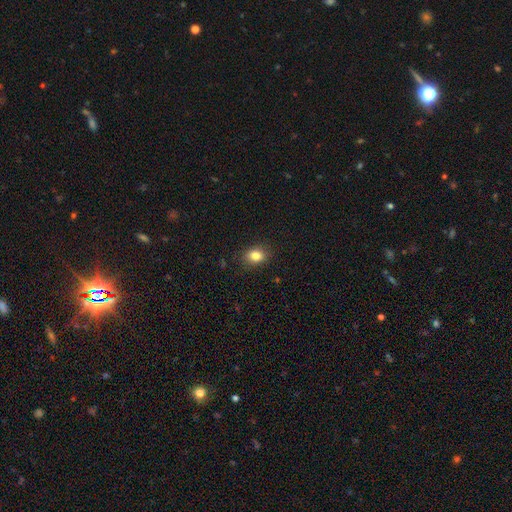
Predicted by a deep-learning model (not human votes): Smooth or featured? Predicted: smooth (p=0.83). How rounded? Predicted: in between (p=0.60). Merging? Predicted: none (p=0.86).